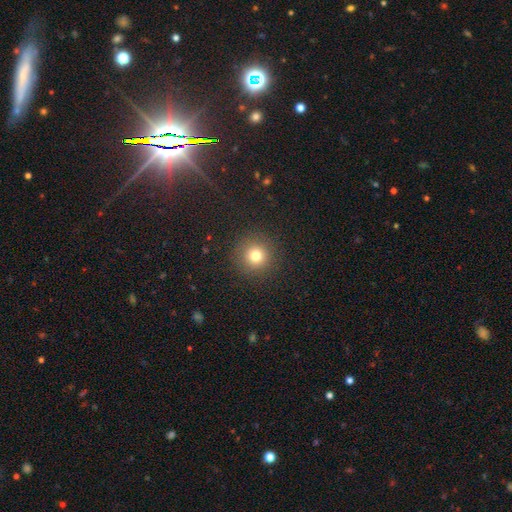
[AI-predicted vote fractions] Q: Smooth or featured?
A: smooth (77%); runner-up: star or artifact (15%)
Q: How rounded?
A: round (95%); runner-up: in between (4%)
Q: Merging?
A: none (91%); runner-up: minor disturbance (5%)